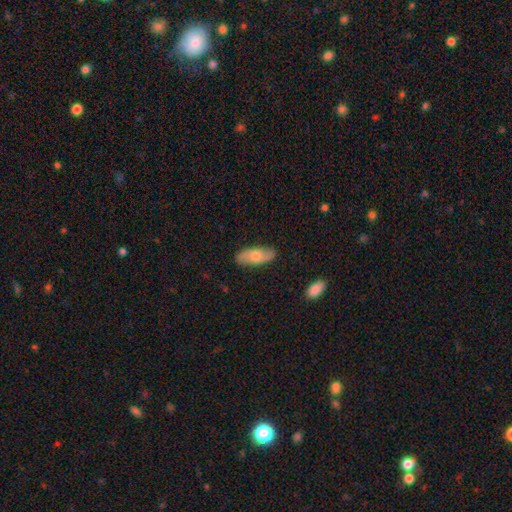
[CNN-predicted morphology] Smooth or featured?
  - smooth: 56% *
  - featured or disk: 38%
  - star or artifact: 6%
How rounded?
  - in between: 78% *
  - cigar-shaped: 19%
  - round: 3%
Merging?
  - none: 84% *
  - minor disturbance: 12%
  - major disturbance: 2%
  - merger: 1%